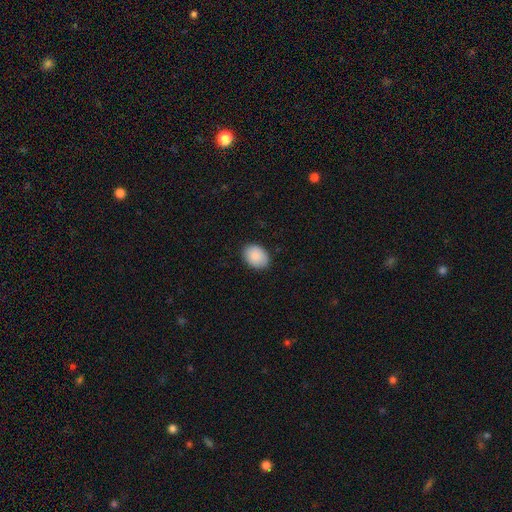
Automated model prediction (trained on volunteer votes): Smooth or featured: smooth — 90% (star or artifact — 7%)
How rounded: in between — 71% (round — 28%)
Merging: none — 85% (minor disturbance — 11%)